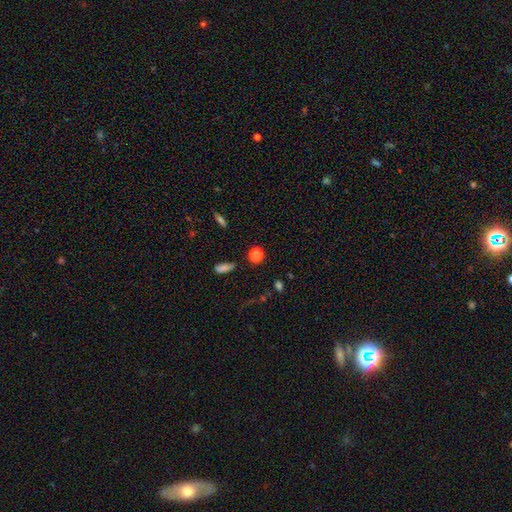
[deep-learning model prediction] Q: Smooth or featured?
A: smooth (76%); runner-up: star or artifact (19%)
Q: How rounded?
A: round (66%); runner-up: in between (30%)
Q: Merging?
A: none (83%); runner-up: minor disturbance (9%)